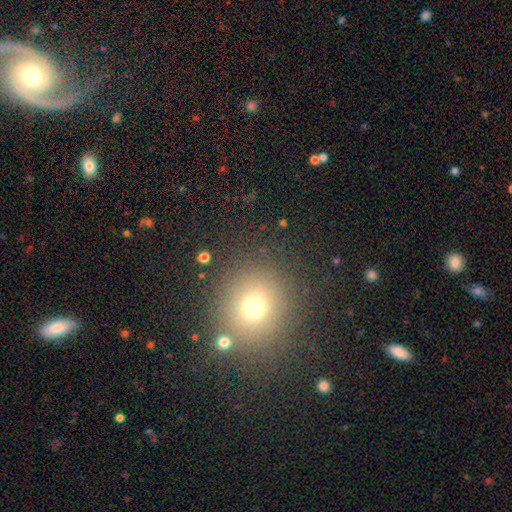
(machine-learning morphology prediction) The model was most divided on "smooth or featured": smooth: 60%, star or artifact: 26%, featured or disk: 14%. More confident: how rounded — round (85%); merging — none (85%).